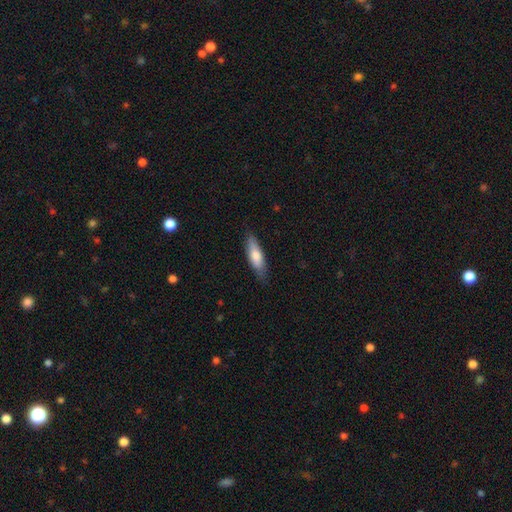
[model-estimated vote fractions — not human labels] A smooth galaxy with no disk features (75%) that is in between round and cigar-shaped (50%). Merging: none (78%).